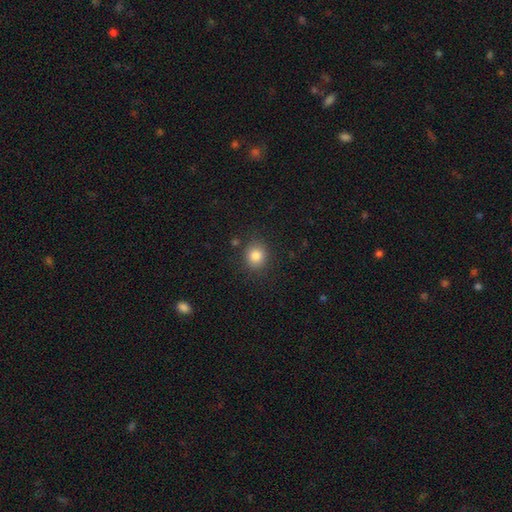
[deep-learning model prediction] A smooth galaxy with no disk features (83%) that is round (78%). Merging: none (85%).